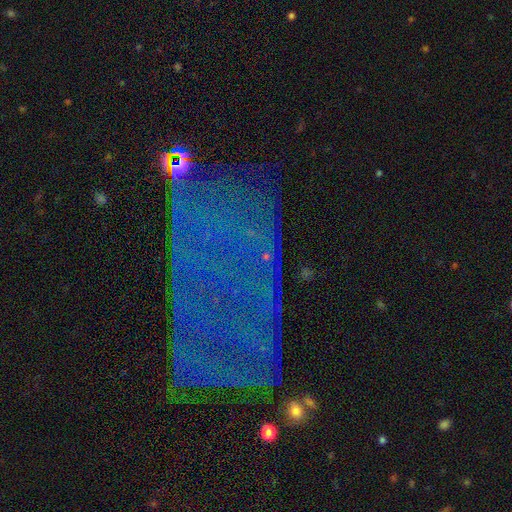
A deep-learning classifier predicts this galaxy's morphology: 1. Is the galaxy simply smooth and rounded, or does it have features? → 55% star or artifact, 28% featured or disk, 17% smooth.